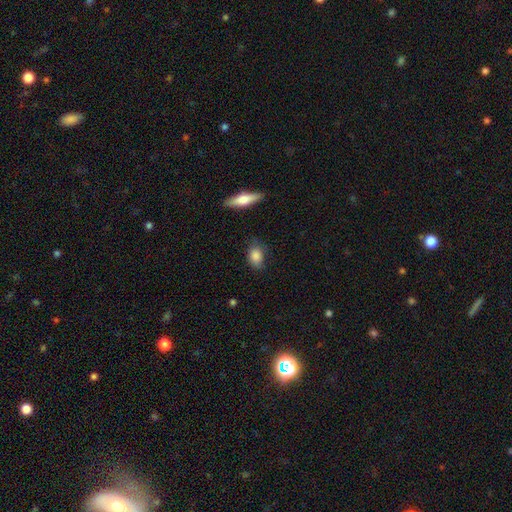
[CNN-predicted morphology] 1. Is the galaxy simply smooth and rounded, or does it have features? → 85% smooth, 8% featured or disk, 7% star or artifact.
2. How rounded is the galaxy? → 78% in between, 19% round, 4% cigar-shaped.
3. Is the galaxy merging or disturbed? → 71% none, 22% minor disturbance, 4% major disturbance, 2% merger.